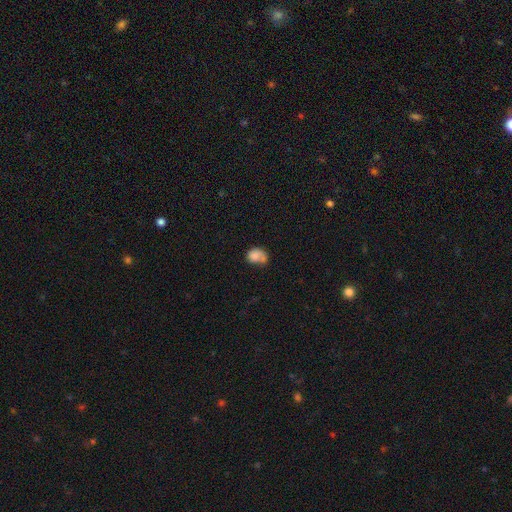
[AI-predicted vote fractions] Q: Smooth or featured?
A: smooth (79%); runner-up: featured or disk (11%)
Q: How rounded?
A: in between (53%); runner-up: round (46%)
Q: Merging?
A: none (36%); runner-up: minor disturbance (25%)